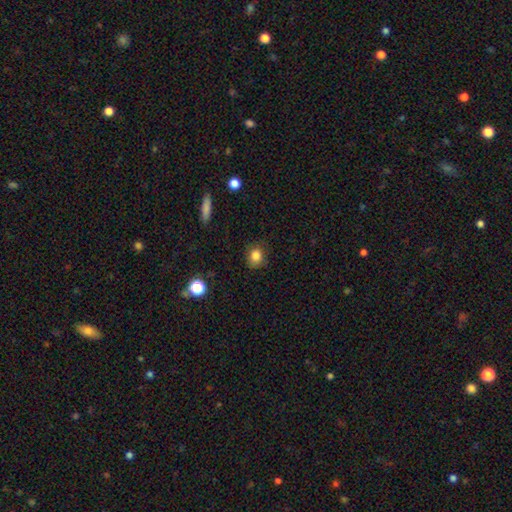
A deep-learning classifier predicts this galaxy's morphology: Overall: smooth (84%). How rounded: round (71%). Merging: none (82%).